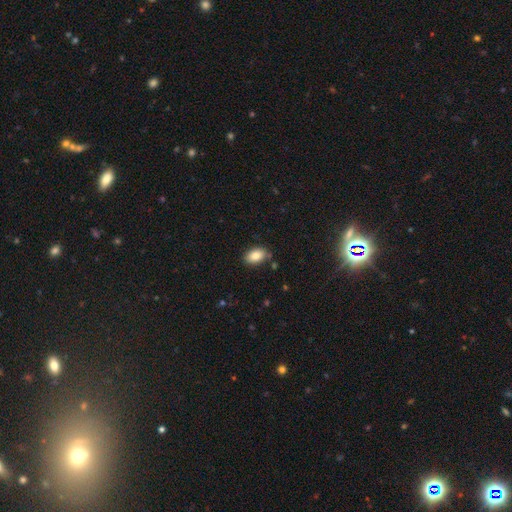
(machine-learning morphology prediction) Smooth or featured? Predicted: smooth (p=0.86). How rounded? Predicted: in between (p=0.91). Merging? Predicted: none (p=0.83).